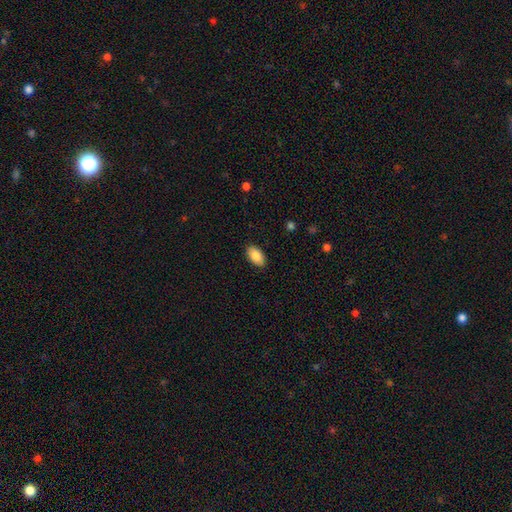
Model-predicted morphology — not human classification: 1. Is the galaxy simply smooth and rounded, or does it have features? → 88% smooth, 7% star or artifact, 6% featured or disk.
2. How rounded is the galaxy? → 94% in between, 4% round, 2% cigar-shaped.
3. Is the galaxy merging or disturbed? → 88% none, 9% minor disturbance, 2% major disturbance, 1% merger.